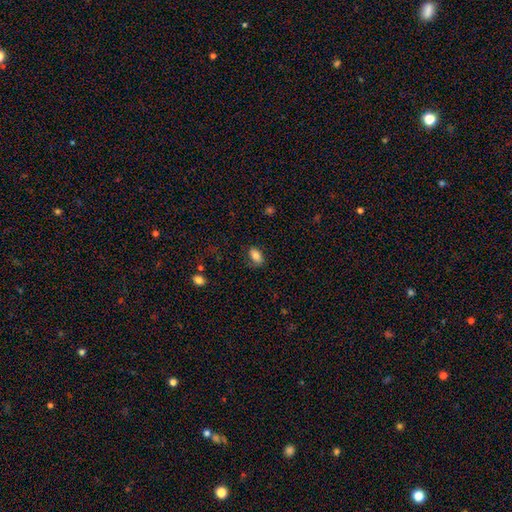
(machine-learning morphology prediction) Smooth or featured? smooth (83%)
How rounded? in between (90%)
Merging? none (79%)